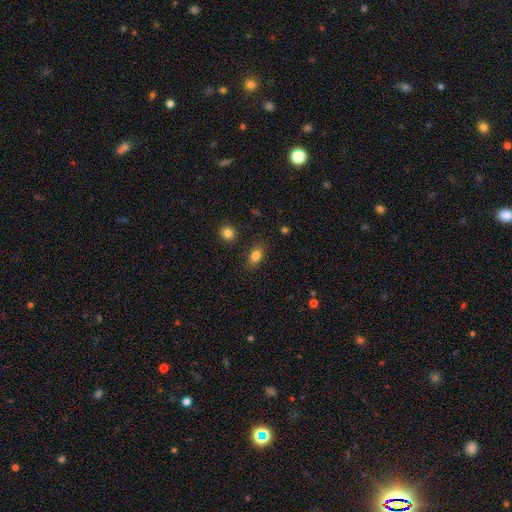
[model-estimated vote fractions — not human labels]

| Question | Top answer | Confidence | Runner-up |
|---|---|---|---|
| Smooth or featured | smooth | 83% | star or artifact (10%) |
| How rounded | in between | 80% | round (17%) |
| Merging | none | 84% | minor disturbance (11%) |